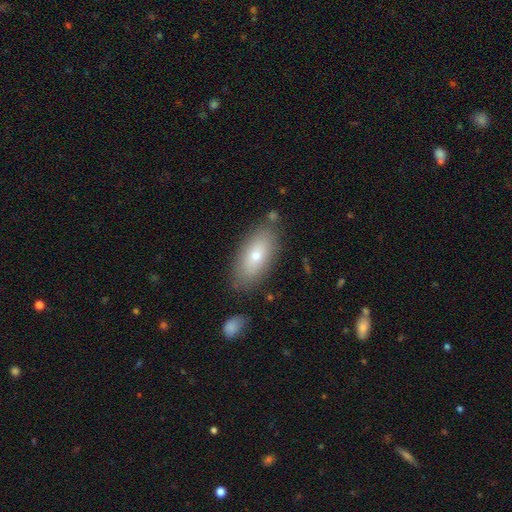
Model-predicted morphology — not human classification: smooth_or_featured: smooth (p=0.68) [alt: featured or disk p=0.24]
how_rounded: in between (p=0.88) [alt: cigar-shaped p=0.09]
merging: none (p=0.79) [alt: minor disturbance p=0.14]